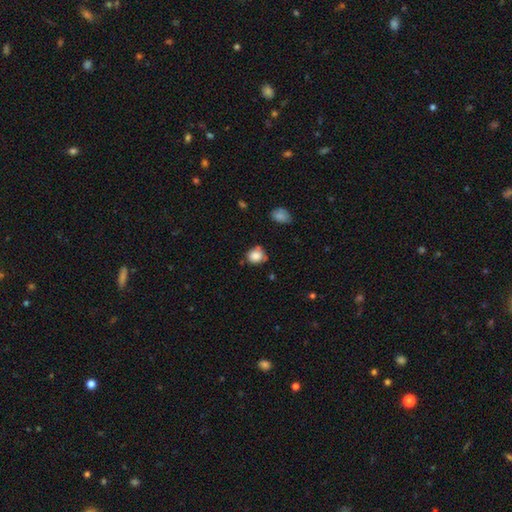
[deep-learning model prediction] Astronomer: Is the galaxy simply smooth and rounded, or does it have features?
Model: smooth — 83%.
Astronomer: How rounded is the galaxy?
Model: round — 75%.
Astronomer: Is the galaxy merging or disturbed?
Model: none — 61%.